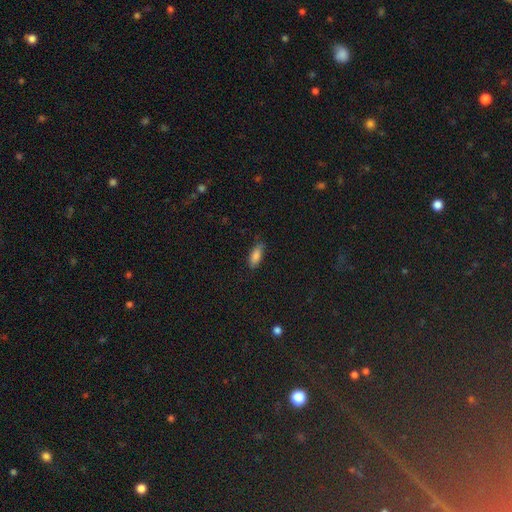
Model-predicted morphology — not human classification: The model was most divided on "how rounded": in between: 79%, cigar-shaped: 19%, round: 2%. More confident: smooth or featured — smooth (85%); merging — none (77%).